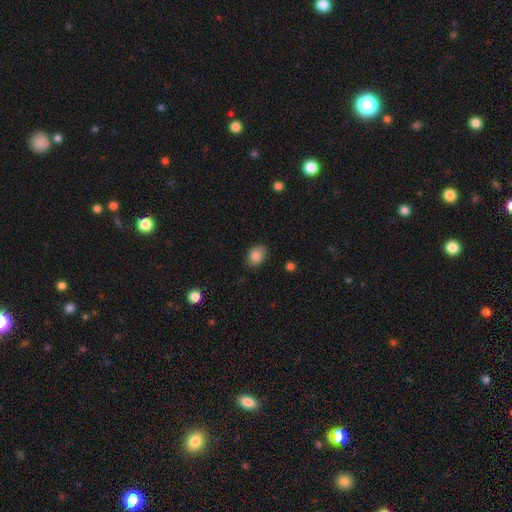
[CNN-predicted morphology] A smooth galaxy with no disk features (86%) that is in between round and cigar-shaped (67%). Merging: none (82%).